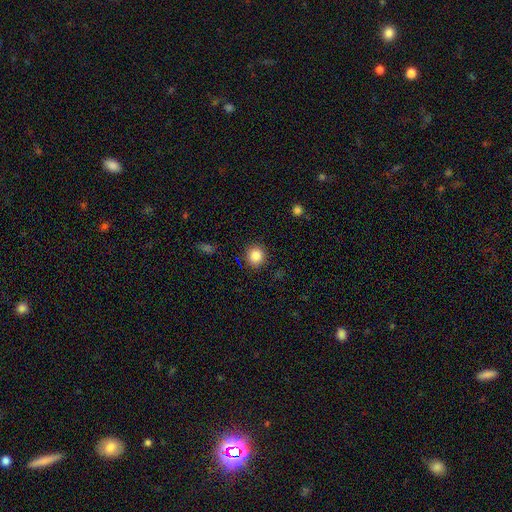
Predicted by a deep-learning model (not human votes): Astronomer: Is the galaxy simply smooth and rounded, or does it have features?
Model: smooth — 86%.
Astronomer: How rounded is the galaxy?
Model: round — 91%.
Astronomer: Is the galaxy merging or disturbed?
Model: none — 89%.